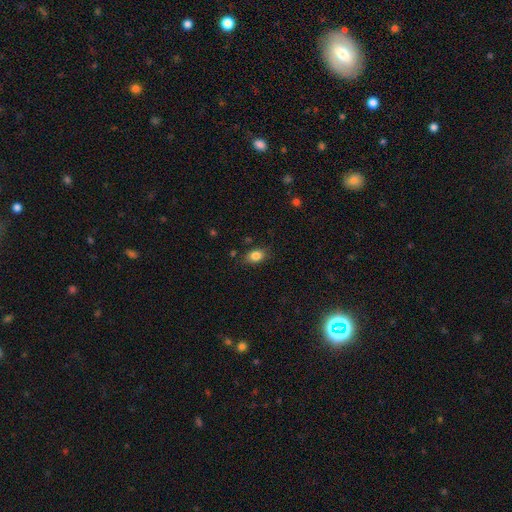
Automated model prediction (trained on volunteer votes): Morphology: type=smooth (84%); roundness=in between (80%); merging=none (81%).